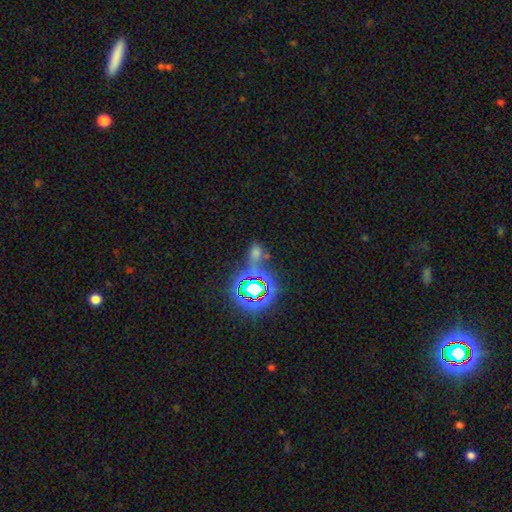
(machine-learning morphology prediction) The model was most divided on "smooth or featured": star or artifact: 49%, smooth: 41%, featured or disk: 10%.